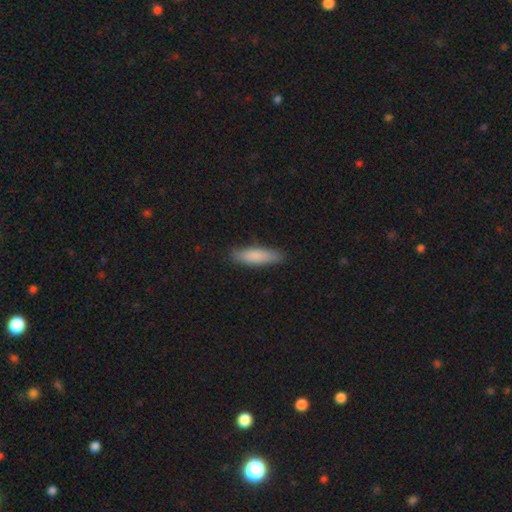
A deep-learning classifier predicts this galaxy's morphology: smooth-or-featured: smooth: 84% | featured or disk: 11% | star or artifact: 6%
  how-rounded: cigar-shaped: 68% | in between: 31% | round: 2%
  merging: none: 85% | minor disturbance: 12% | major disturbance: 2% | merger: 1%